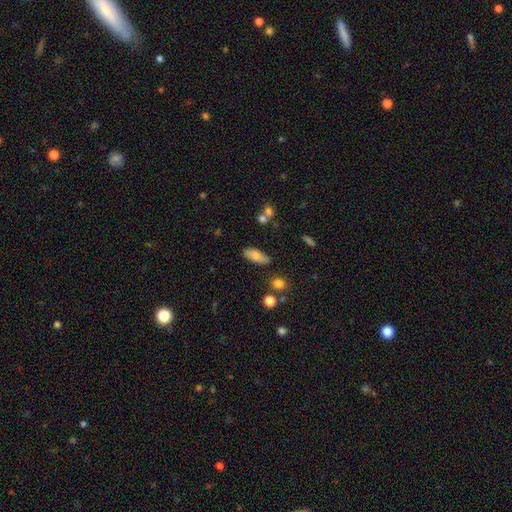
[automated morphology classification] Q: Smooth or featured?
A: smooth (78%); runner-up: featured or disk (14%)
Q: How rounded?
A: in between (81%); runner-up: cigar-shaped (16%)
Q: Merging?
A: none (73%); runner-up: minor disturbance (18%)